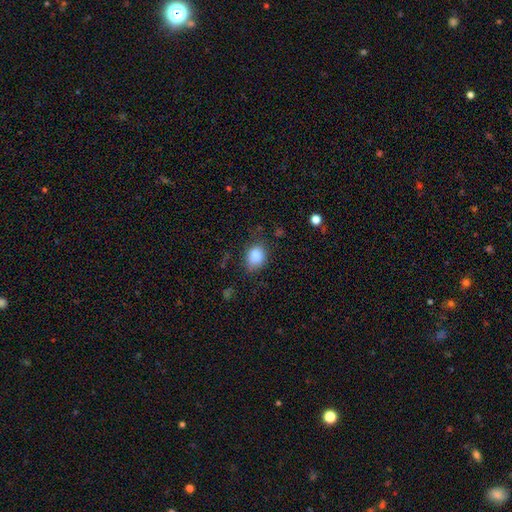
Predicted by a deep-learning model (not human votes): A smooth galaxy with no disk features (85%) that is in between round and cigar-shaped (58%).

Vote fractions:
- Smooth or featured? smooth: 85% / star or artifact: 9% / featured or disk: 6%
- How rounded? in between: 58% / round: 41% / cigar-shaped: 1%
- Merging? none: 67% / minor disturbance: 24% / major disturbance: 7% / merger: 2%